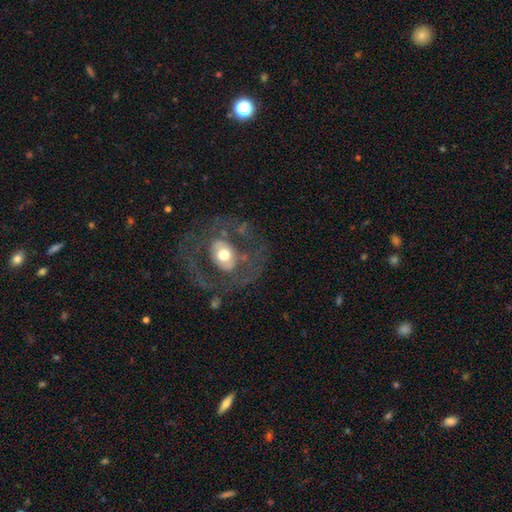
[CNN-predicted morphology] Smooth or featured? featured or disk (71%)
Edge-on disk? no (92%)
Bar? no (40%)
Spiral arms? yes (52%)
Bulge size? moderate (66%)
Merging? none (77%)